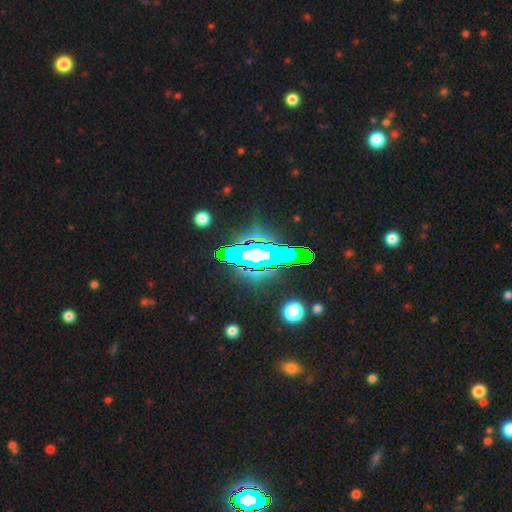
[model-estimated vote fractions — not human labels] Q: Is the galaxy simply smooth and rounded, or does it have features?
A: star or artifact — 66%.